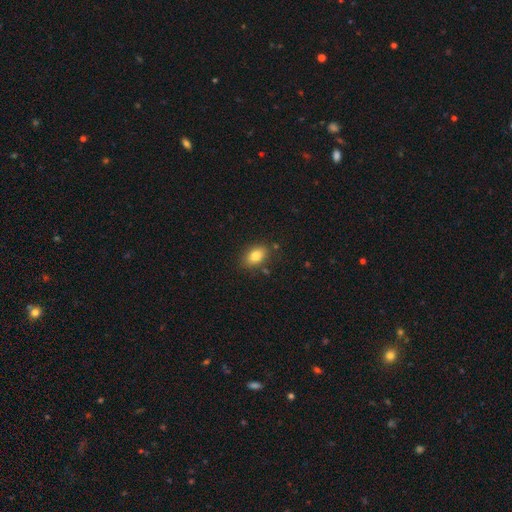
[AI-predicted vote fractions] Smooth or featured? smooth (81%)
How rounded? in between (84%)
Merging? none (81%)